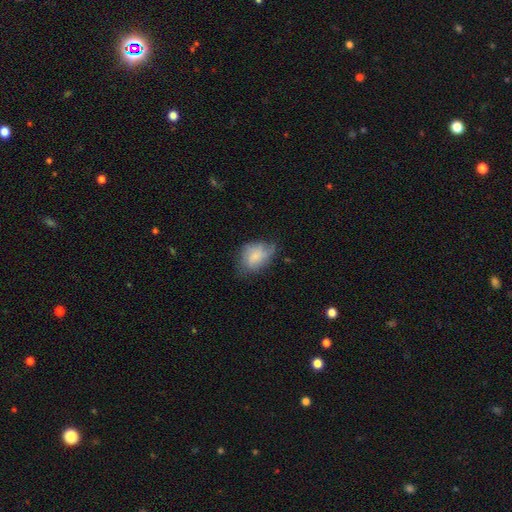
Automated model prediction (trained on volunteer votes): Smooth or featured? Predicted: smooth (p=0.66). How rounded? Predicted: in between (p=0.77). Merging? Predicted: none (p=0.46).